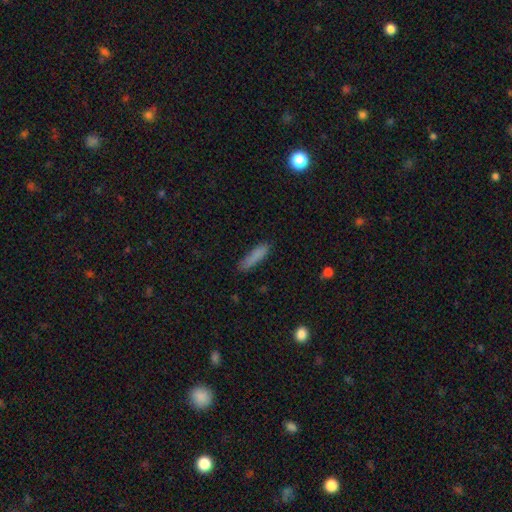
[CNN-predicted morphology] This is clearly a smooth galaxy (84%). How rounded: clearly cigar-shaped (83%). Merging: clearly none (82%).